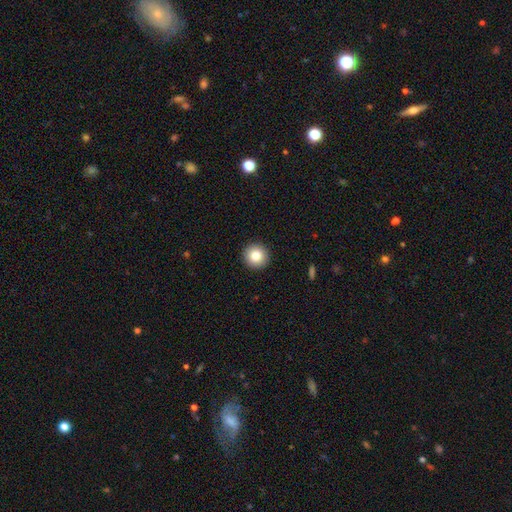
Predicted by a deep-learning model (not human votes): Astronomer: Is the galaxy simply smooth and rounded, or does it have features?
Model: smooth — 82%.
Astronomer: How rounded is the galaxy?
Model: round — 95%.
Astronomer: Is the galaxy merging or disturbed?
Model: none — 93%.